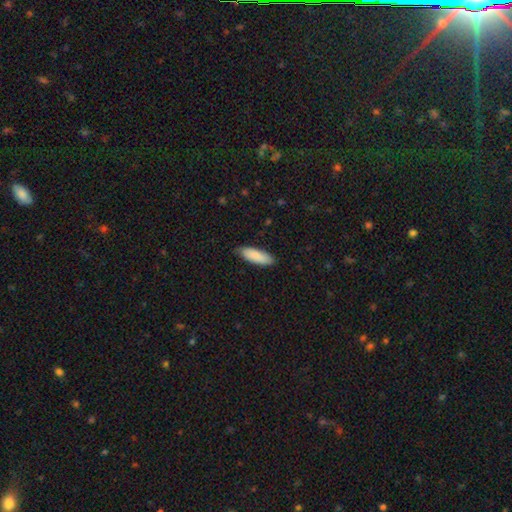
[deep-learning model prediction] This appears to be a smooth galaxy with no disk features (88%) that is in between round and cigar-shaped (60%). Merging: none (83%).